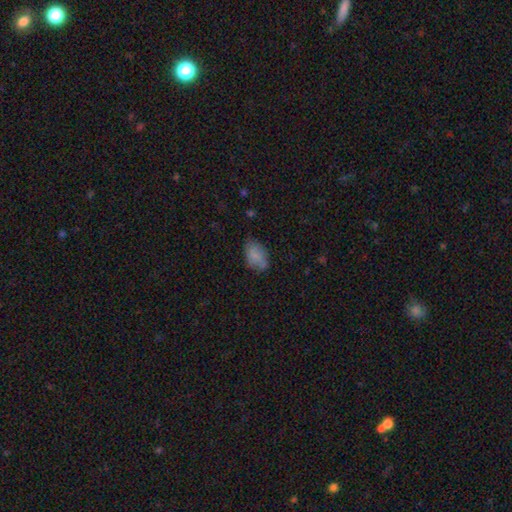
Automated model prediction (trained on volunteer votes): smooth-or-featured: smooth: 79% | featured or disk: 13% | star or artifact: 8%
  how-rounded: in between: 90% | round: 8% | cigar-shaped: 2%
  merging: none: 66% | minor disturbance: 26% | major disturbance: 7% | merger: 2%